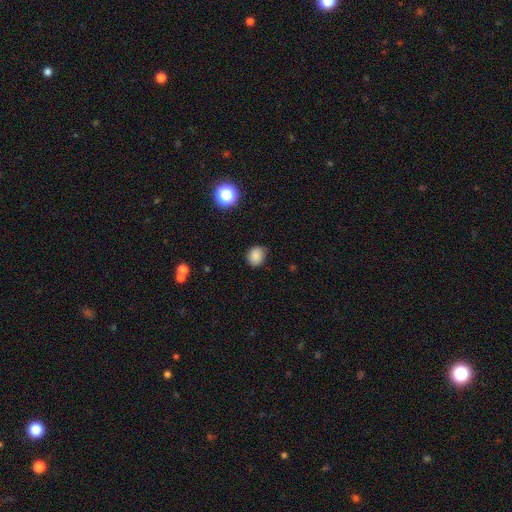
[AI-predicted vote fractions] smooth_or_featured: smooth (p=0.84) [alt: star or artifact p=0.11]
how_rounded: round (p=0.69) [alt: in between p=0.30]
merging: none (p=0.78) [alt: minor disturbance p=0.17]